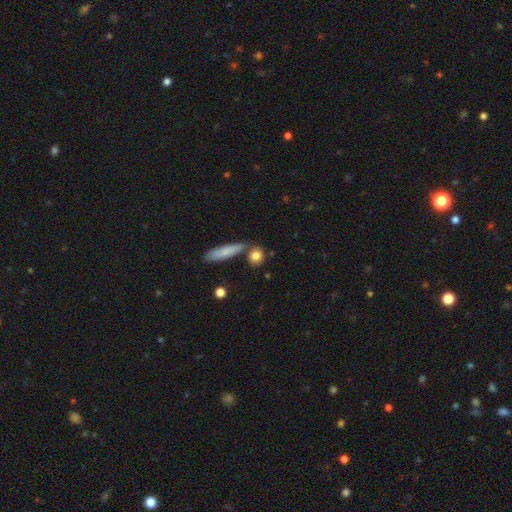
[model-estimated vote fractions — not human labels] smooth-or-featured: smooth: 82% | featured or disk: 10% | star or artifact: 8%
  how-rounded: round: 65% | in between: 23% | cigar-shaped: 12%
  merging: none: 70% | merger: 15% | minor disturbance: 11% | major disturbance: 3%